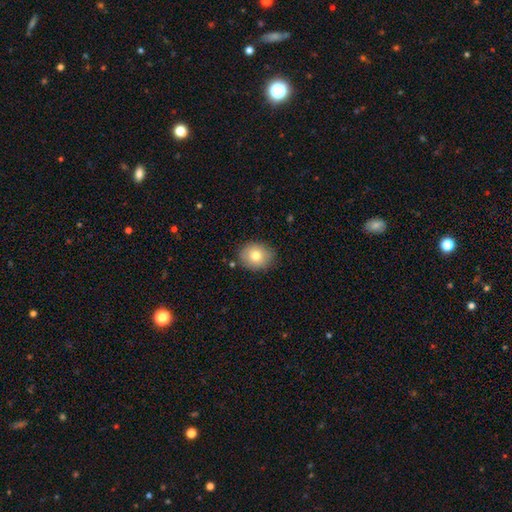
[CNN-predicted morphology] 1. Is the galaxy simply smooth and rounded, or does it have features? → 77% smooth, 13% featured or disk, 9% star or artifact.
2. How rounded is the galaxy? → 63% round, 36% in between, 1% cigar-shaped.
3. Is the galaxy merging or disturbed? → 86% none, 10% minor disturbance, 2% major disturbance, 2% merger.